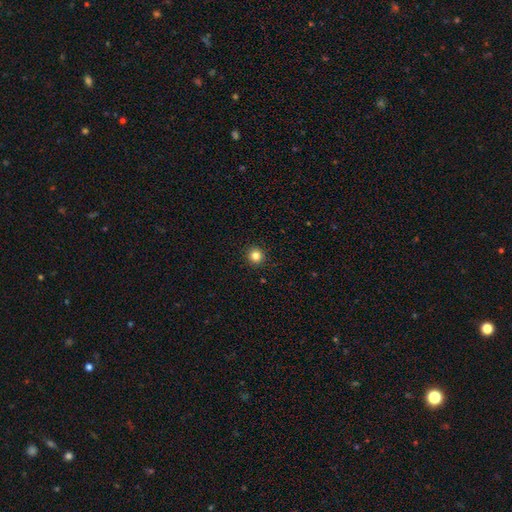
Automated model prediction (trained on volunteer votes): A smooth galaxy with no disk features (83%) that is round (94%).

Vote fractions:
- Smooth or featured? smooth: 83% / star or artifact: 12% / featured or disk: 5%
- How rounded? round: 94% / in between: 5% / cigar-shaped: 1%
- Merging? none: 93% / minor disturbance: 5% / major disturbance: 2% / merger: 1%